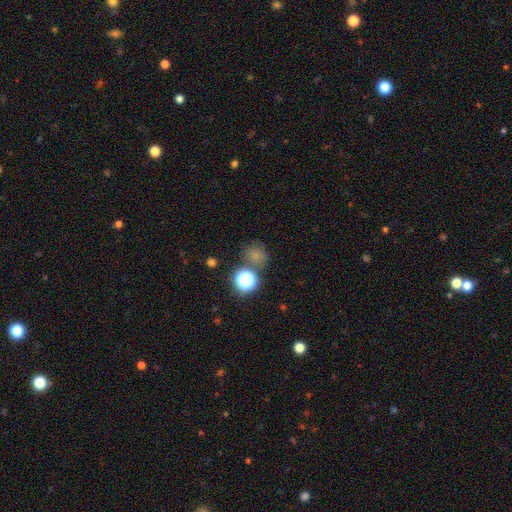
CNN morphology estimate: A smooth galaxy with no disk features (67%) that is round (78%).

Vote fractions:
- Smooth or featured? smooth: 67% / star or artifact: 26% / featured or disk: 7%
- How rounded? round: 78% / in between: 21% / cigar-shaped: 1%
- Merging? none: 68% / minor disturbance: 13% / merger: 12% / major disturbance: 6%